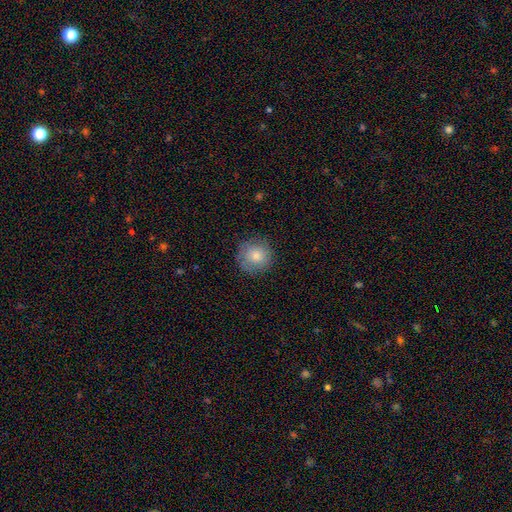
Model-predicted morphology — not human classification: Smooth or featured: smooth — 80% (featured or disk — 12%)
How rounded: round — 93% (in between — 6%)
Merging: none — 84% (minor disturbance — 12%)